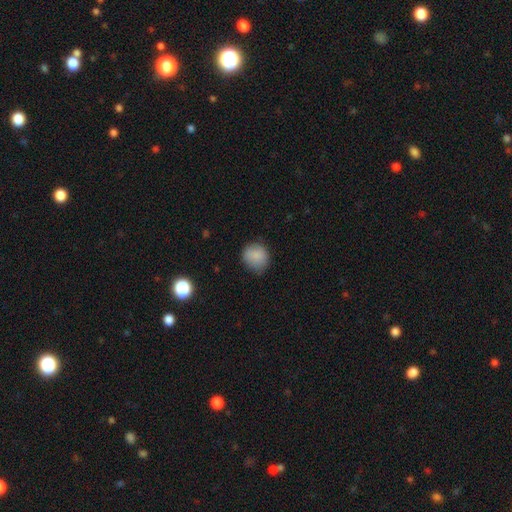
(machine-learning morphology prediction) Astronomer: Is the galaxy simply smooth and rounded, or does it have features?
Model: smooth — 84%.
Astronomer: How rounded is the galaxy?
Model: round — 83%.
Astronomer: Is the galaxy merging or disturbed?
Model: none — 74%.